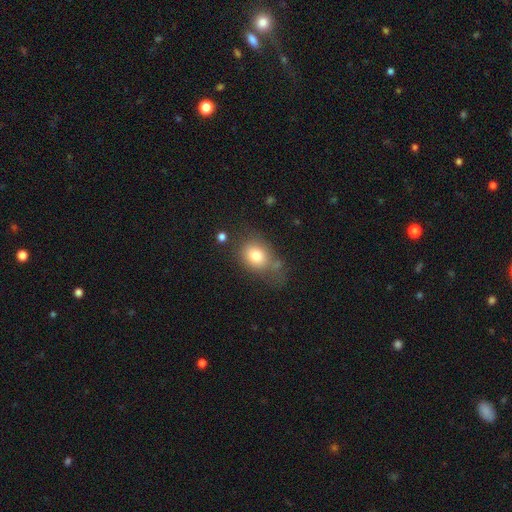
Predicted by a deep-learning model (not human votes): smooth 77%, featured or disk 12%, star or artifact 11%. Down the decision tree: how rounded — round (51%); merging — none (50%).